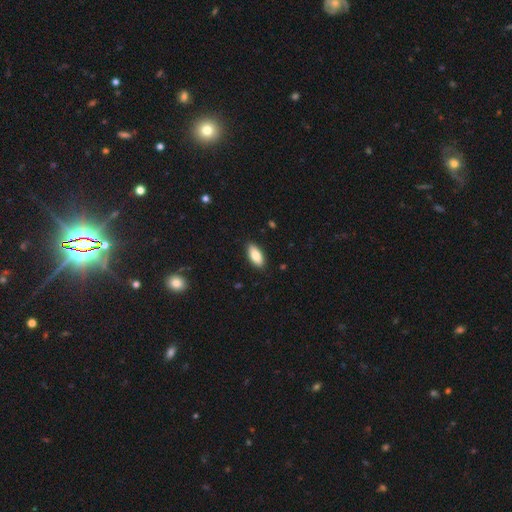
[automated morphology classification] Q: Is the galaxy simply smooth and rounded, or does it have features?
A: smooth — 83%.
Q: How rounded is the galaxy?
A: in between — 86%.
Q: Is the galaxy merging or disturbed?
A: none — 89%.